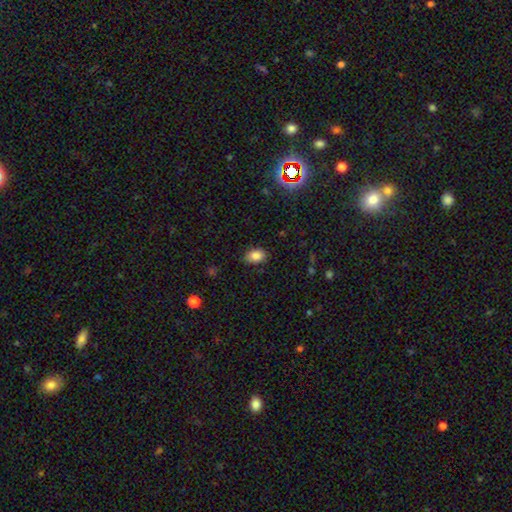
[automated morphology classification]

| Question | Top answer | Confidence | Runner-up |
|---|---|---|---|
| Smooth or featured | smooth | 84% | star or artifact (10%) |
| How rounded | in between | 84% | round (15%) |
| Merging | none | 81% | minor disturbance (15%) |